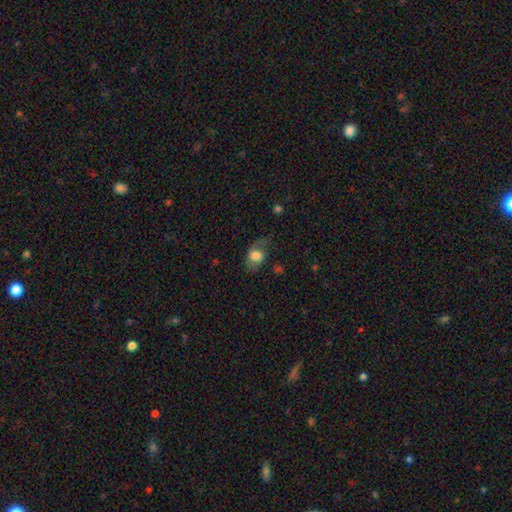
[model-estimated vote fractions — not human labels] Overall: smooth (64%; featured or disk 27%). How rounded: in between (68%; round 30%). Merging: none (42%; minor disturbance 28%).